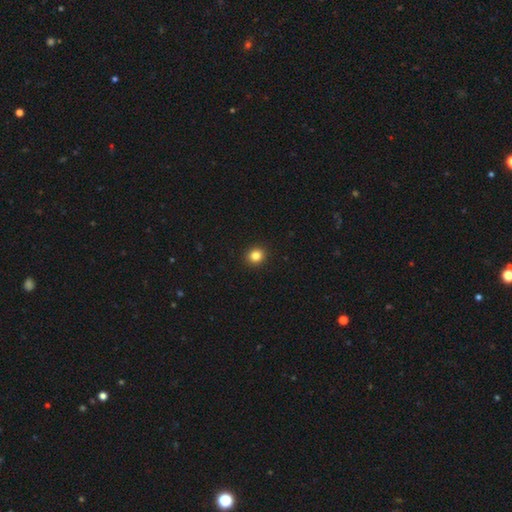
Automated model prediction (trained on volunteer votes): The model was most divided on "smooth or featured": smooth: 83%, star or artifact: 12%, featured or disk: 5%. More confident: merging — none (93%); how rounded — round (86%).